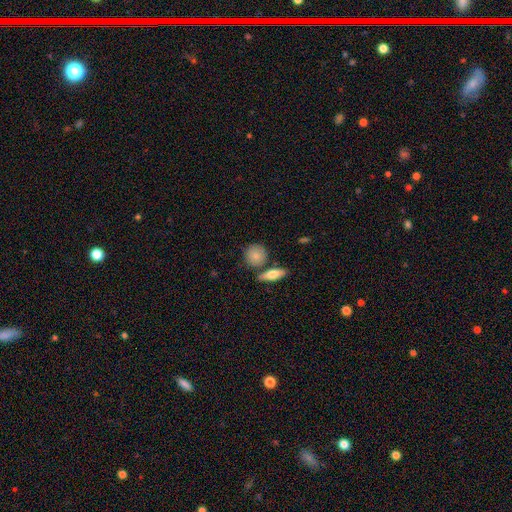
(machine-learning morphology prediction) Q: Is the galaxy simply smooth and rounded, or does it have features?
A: smooth — 82%.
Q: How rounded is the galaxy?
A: round — 76%.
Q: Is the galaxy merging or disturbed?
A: none — 70%.